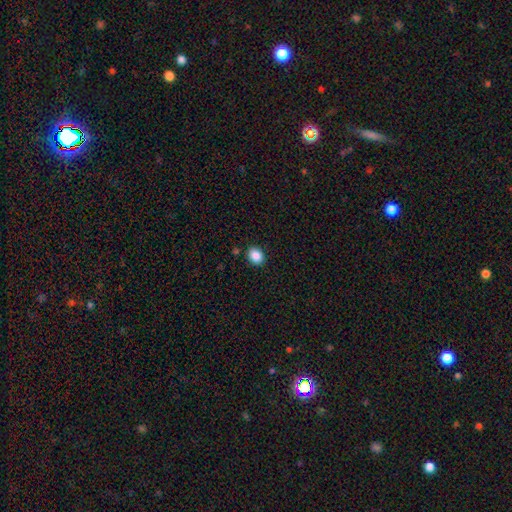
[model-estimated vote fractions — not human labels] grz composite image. It shows a smooth galaxy with no disk features (87%) that is round (51%). Merging: none (88%).